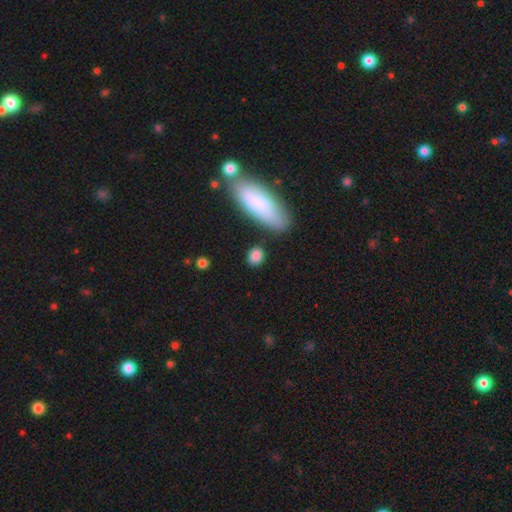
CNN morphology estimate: type=smooth (86%); roundness=in between (53%); merging=none (81%).